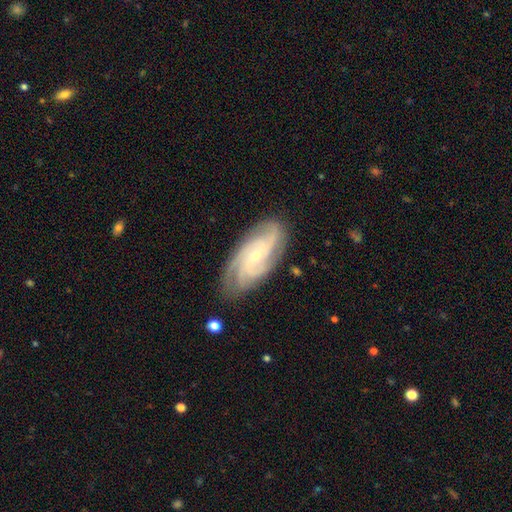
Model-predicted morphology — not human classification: type=featured or disk (88%); edge-on=no (95%); bar=no (57%); spiral arms=yes (98%); winding=tight (59%); arm count=4 (36%); bulge=small (75%); merging=none (80%).